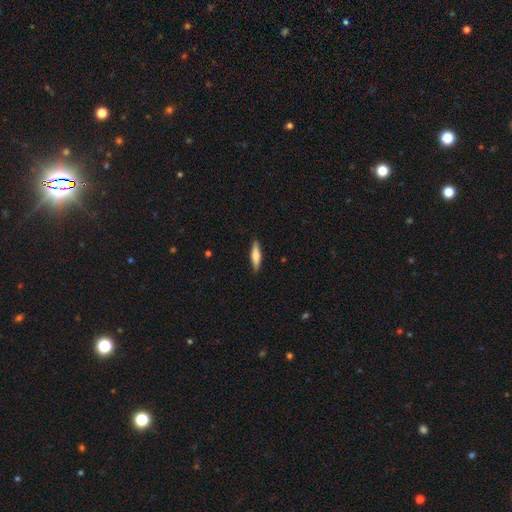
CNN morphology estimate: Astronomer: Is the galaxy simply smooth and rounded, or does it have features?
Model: smooth — 63%.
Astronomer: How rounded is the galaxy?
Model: cigar-shaped — 73%.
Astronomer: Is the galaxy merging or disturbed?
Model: none — 88%.